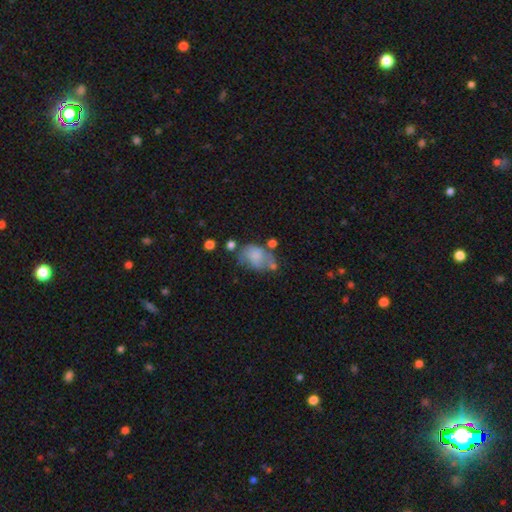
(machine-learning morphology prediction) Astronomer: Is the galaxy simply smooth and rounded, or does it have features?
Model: smooth — 59%.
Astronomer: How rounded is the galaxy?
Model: in between — 78%.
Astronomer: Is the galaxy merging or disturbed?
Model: none — 30% (runner-up: minor disturbance, 29%).